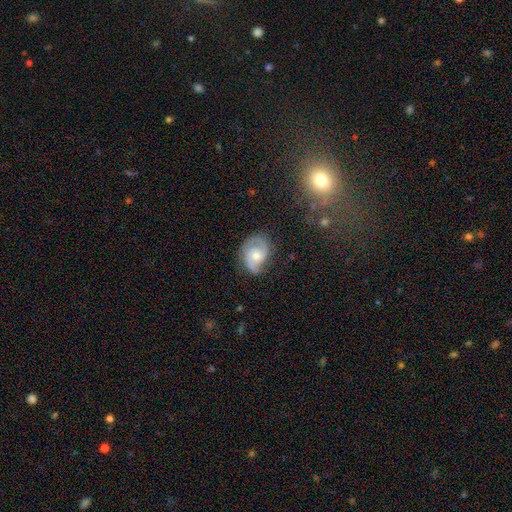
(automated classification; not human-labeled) This is likely a featured or disk galaxy (80%). It is clearly not viewed edge-on (97%). Bar: likely no (64%). Spiral arm pattern: clearly yes (95%). Spiral arm count: clearly 2 (84%). Spiral winding: possibly medium (49%). Central bulge: possibly moderate (58%). Merging: likely none (69%).